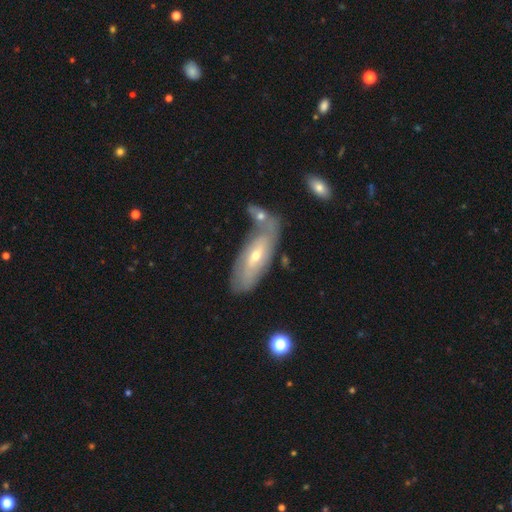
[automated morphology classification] A featured or disk galaxy (61%). Merging: none (58%).